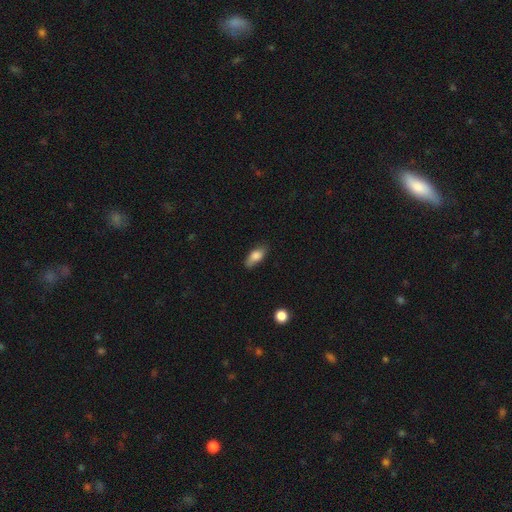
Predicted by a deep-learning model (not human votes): smooth_or_featured: smooth (p=0.79) [alt: featured or disk p=0.14]
how_rounded: in between (p=0.81) [alt: cigar-shaped p=0.14]
merging: none (p=0.73) [alt: minor disturbance p=0.21]